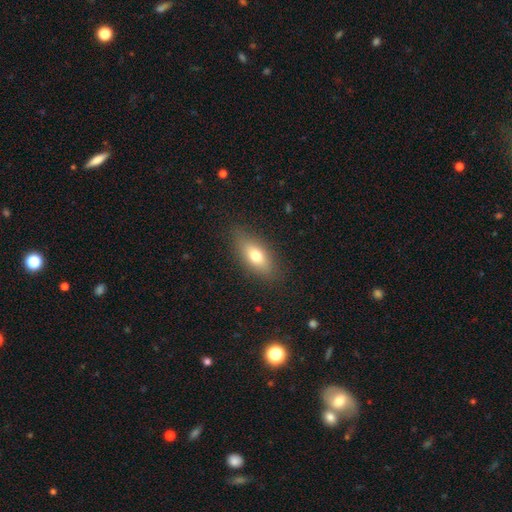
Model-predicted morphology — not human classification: Smooth or featured? smooth (71%)
How rounded? in between (78%)
Merging? none (83%)